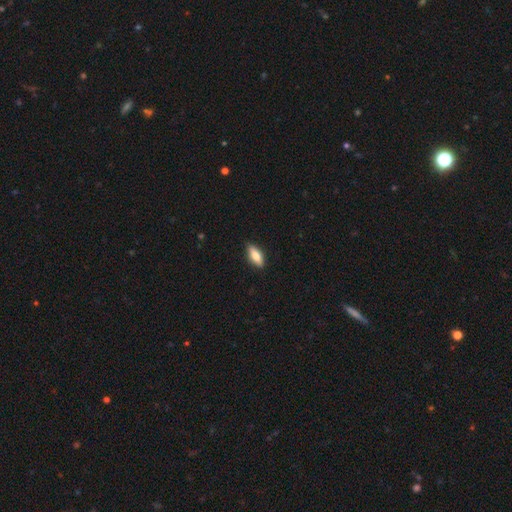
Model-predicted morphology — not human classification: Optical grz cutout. It shows a smooth galaxy with no disk features (72%) that is in between round and cigar-shaped (70%). Merging: none (86%).